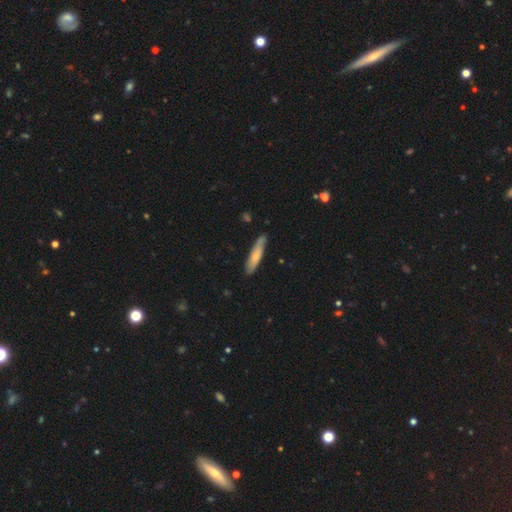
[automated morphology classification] The model was most divided on "smooth or featured": smooth: 68%, featured or disk: 27%, star or artifact: 5%. More confident: how rounded — cigar-shaped (81%); merging — none (79%).